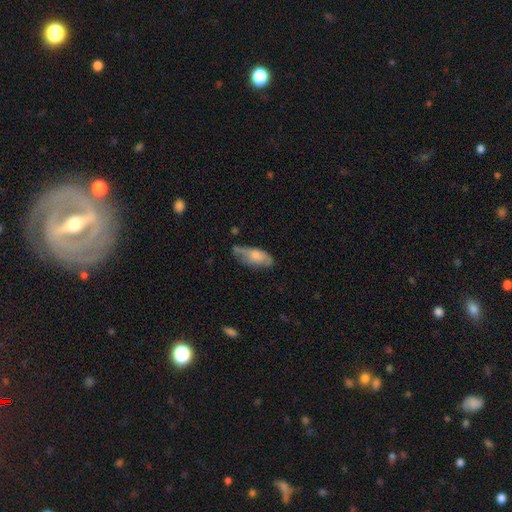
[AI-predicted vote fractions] smooth-or-featured: smooth: 63% | featured or disk: 30% | star or artifact: 7%
  how-rounded: in between: 80% | cigar-shaped: 18% | round: 2%
  merging: none: 50% | minor disturbance: 34% | major disturbance: 11% | merger: 4%